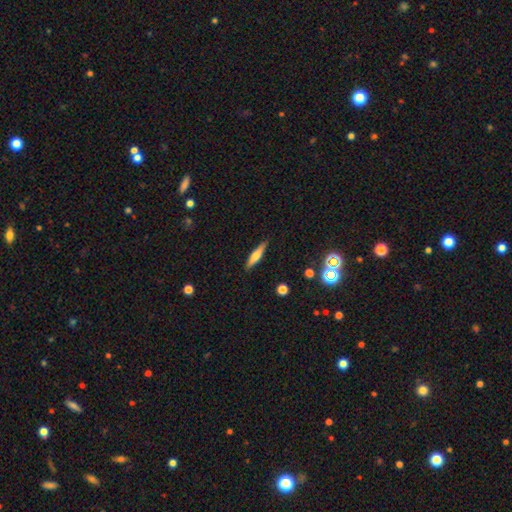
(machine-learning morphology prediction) A smooth galaxy with no disk features (56%) that is cigar-shaped (83%).

Vote fractions:
- Smooth or featured? smooth: 56% / featured or disk: 36% / star or artifact: 7%
- How rounded? cigar-shaped: 83% / in between: 15% / round: 2%
- Merging? none: 89% / minor disturbance: 8% / major disturbance: 2% / merger: 1%